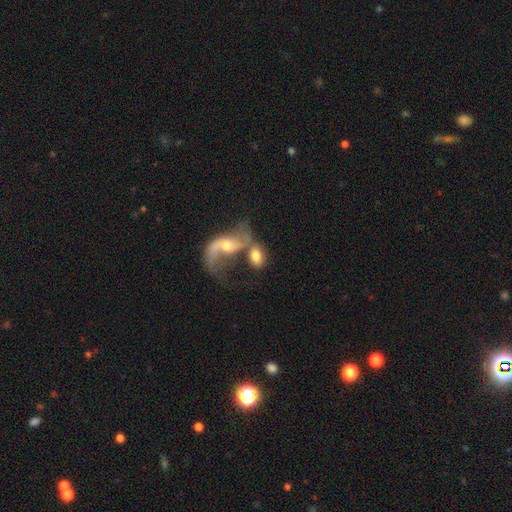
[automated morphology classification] smooth 51%, featured or disk 41%, star or artifact 8%. Down the decision tree: how rounded — in between (82%); merging — merger (50%).